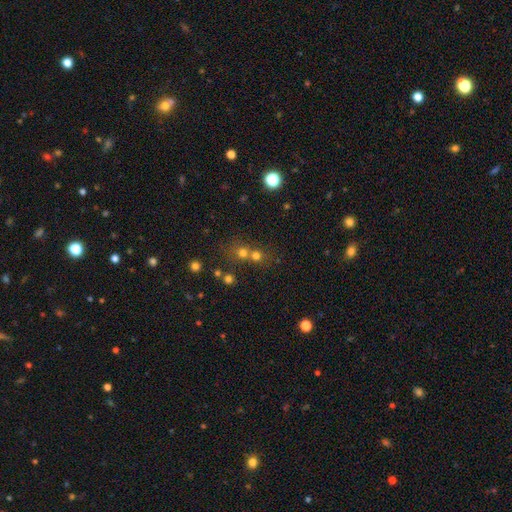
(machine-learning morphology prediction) This is likely a smooth galaxy (65%). How rounded: clearly round (85%). Merging: possibly merger (50%).